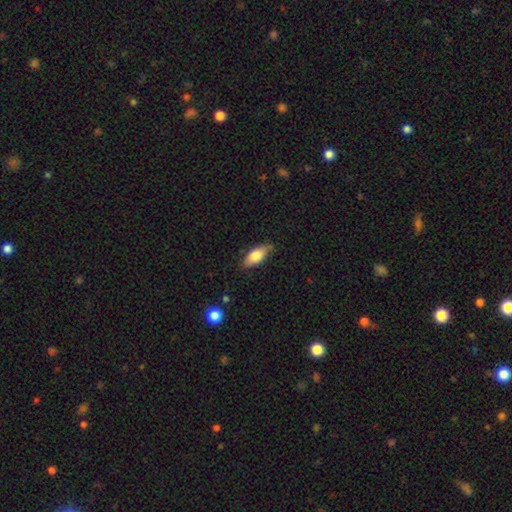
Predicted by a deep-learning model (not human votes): This is likely a smooth galaxy (74%). How rounded: clearly in between (84%). Merging: likely none (77%).